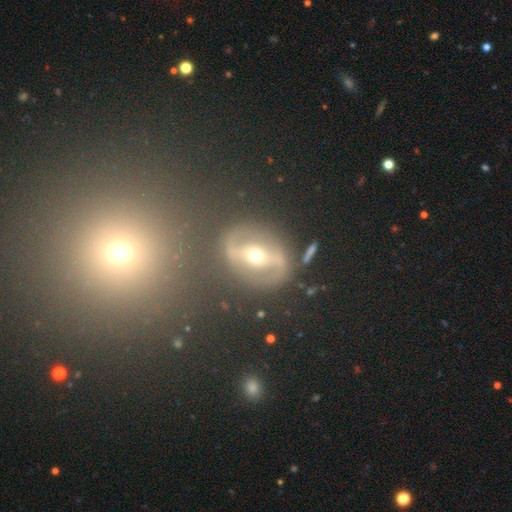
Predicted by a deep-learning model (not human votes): This is likely a featured or disk galaxy (70%). It is clearly not viewed edge-on (94%). Bar: marginally strong (45%). Spiral arm pattern: likely yes (71%). Central bulge: likely moderate (63%). Merging: likely none (80%).